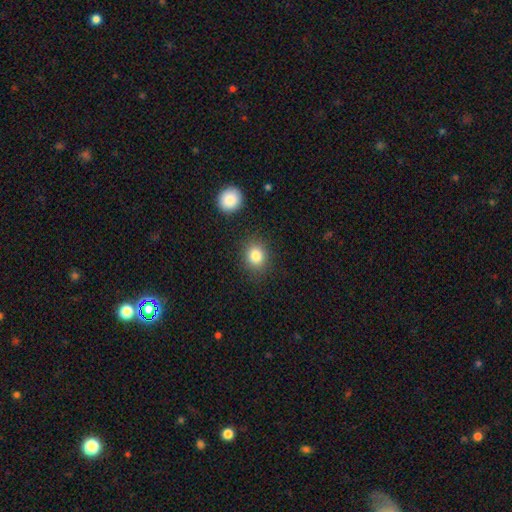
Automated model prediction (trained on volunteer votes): Smooth or featured? Predicted: smooth (p=0.83). How rounded? Predicted: round (p=0.68). Merging? Predicted: none (p=0.85).